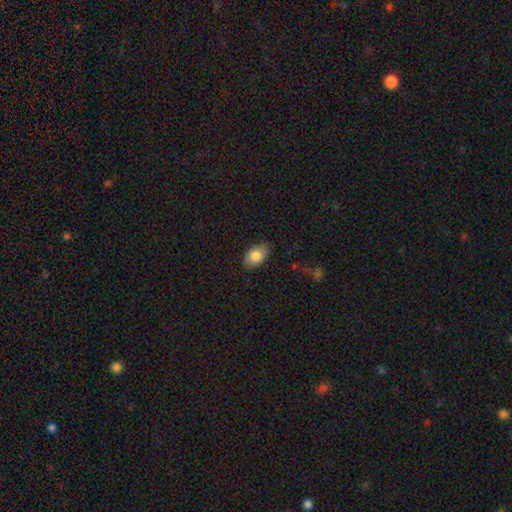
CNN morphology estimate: This appears to be a smooth galaxy with no disk features (83%) that is in between round and cigar-shaped (90%). Merging: none (83%).